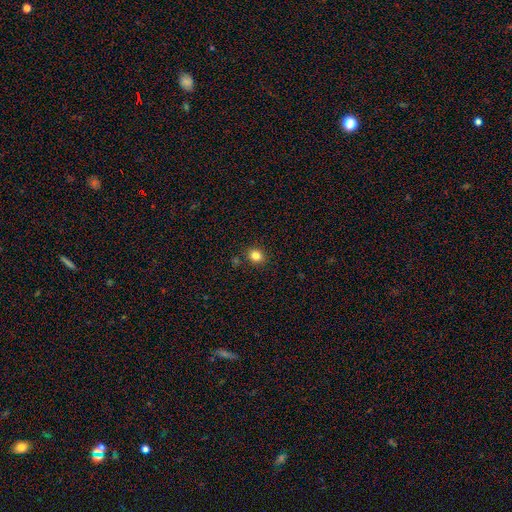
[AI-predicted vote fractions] Morphology: type=smooth (82%); roundness=round (68%); merging=none (87%).